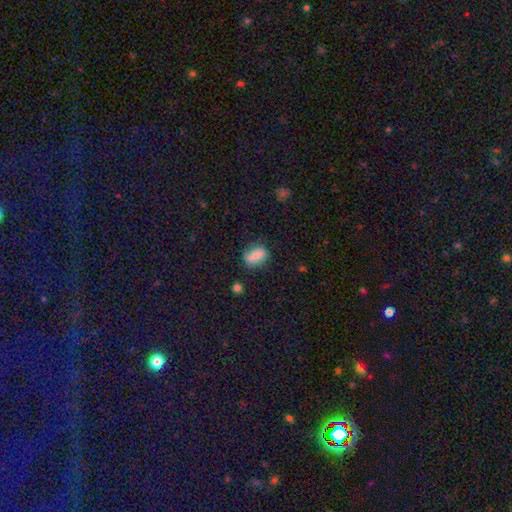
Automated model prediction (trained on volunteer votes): smooth-or-featured: smooth: 71% | featured or disk: 21% | star or artifact: 9%
  how-rounded: in between: 76% | round: 16% | cigar-shaped: 8%
  merging: none: 72% | minor disturbance: 20% | major disturbance: 5% | merger: 3%